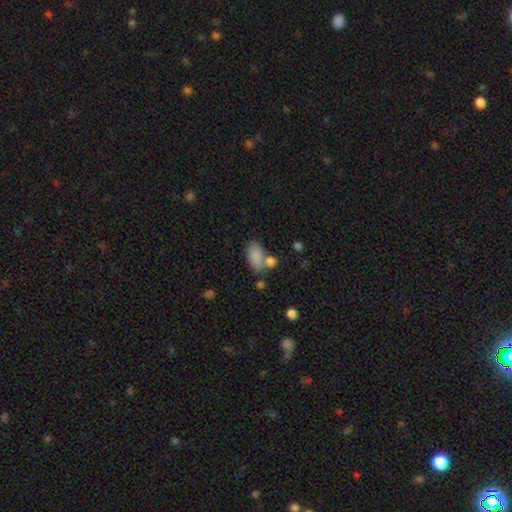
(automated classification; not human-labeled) Smooth or featured? Predicted: smooth (p=0.84). How rounded? Predicted: in between (p=0.91). Merging? Predicted: none (p=0.50).